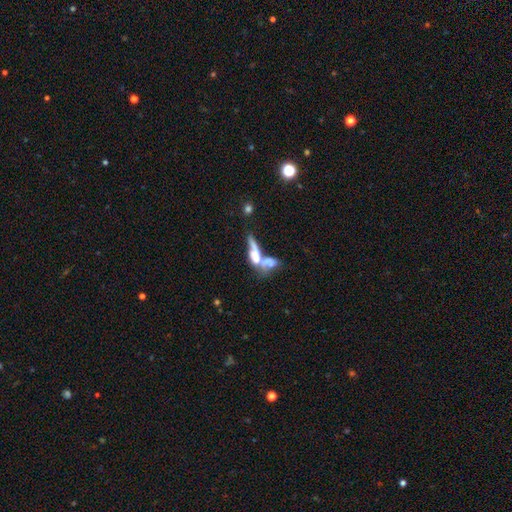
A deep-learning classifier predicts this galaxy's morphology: Smooth or featured: smooth — 47% (featured or disk — 41%)
Merging: merger — 64% (none — 15%)